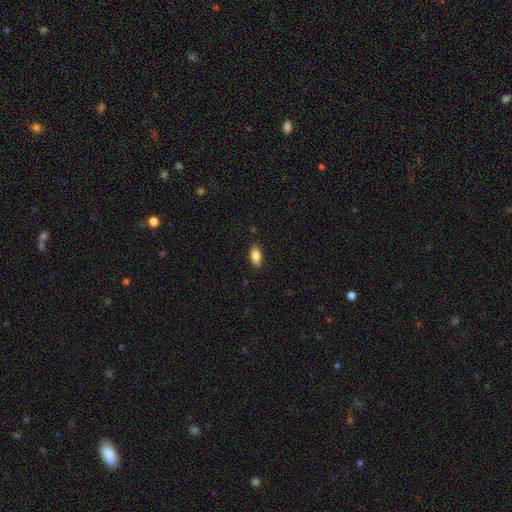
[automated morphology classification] type=smooth (83%); roundness=in between (85%); merging=none (86%).